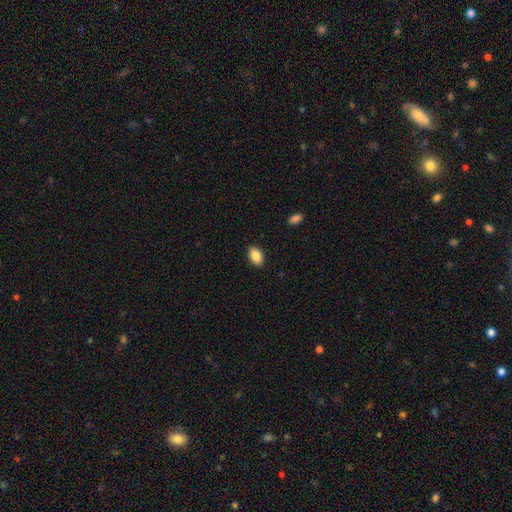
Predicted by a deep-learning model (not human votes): This appears to be a smooth galaxy with no disk features (88%) that is in between round and cigar-shaped (91%). Merging: none (89%).